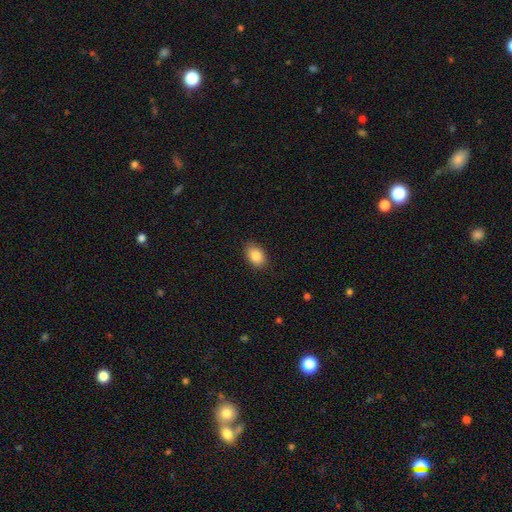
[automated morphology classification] A smooth galaxy with no disk features (87%) that is in between round and cigar-shaped (86%).

Vote fractions:
- Smooth or featured? smooth: 87% / star or artifact: 8% / featured or disk: 5%
- How rounded? in between: 86% / round: 13% / cigar-shaped: 1%
- Merging? none: 85% / minor disturbance: 11% / major disturbance: 3% / merger: 1%